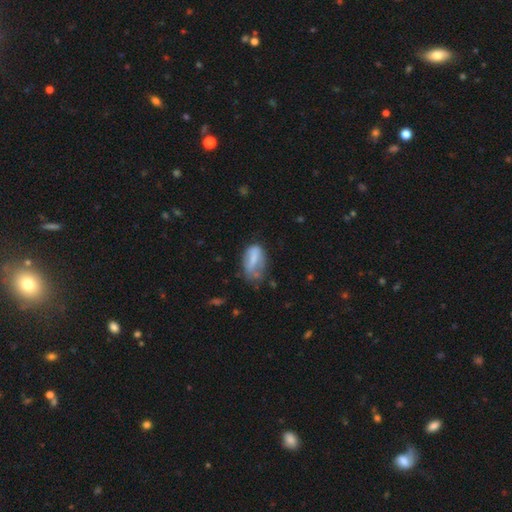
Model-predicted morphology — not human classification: Smooth or featured? Predicted: smooth (p=0.62). How rounded? Predicted: in between (p=0.88). Merging? Predicted: none (p=0.39).